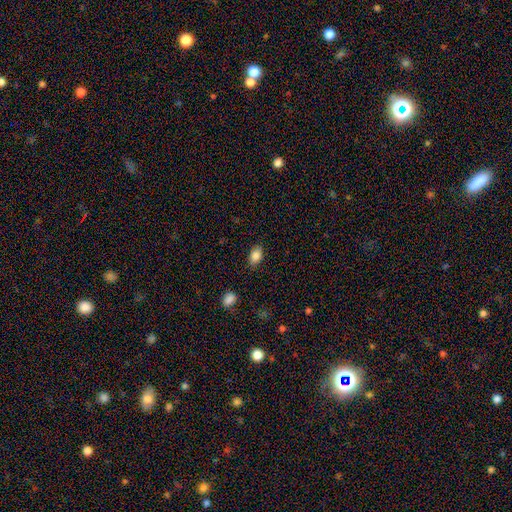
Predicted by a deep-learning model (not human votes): Smooth or featured?
  - smooth: 85% *
  - star or artifact: 8%
  - featured or disk: 7%
How rounded?
  - in between: 87% *
  - round: 12%
  - cigar-shaped: 2%
Merging?
  - none: 84% *
  - minor disturbance: 12%
  - major disturbance: 3%
  - merger: 1%